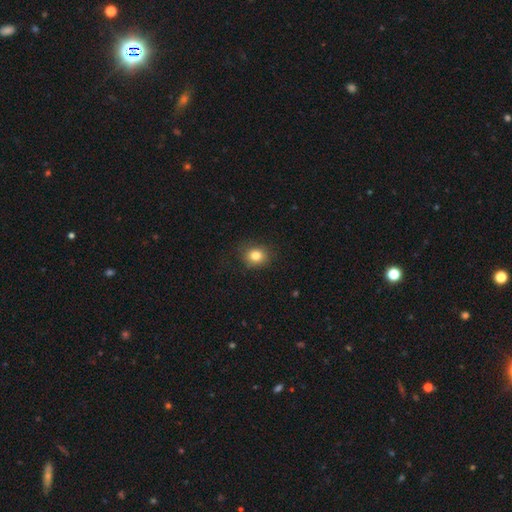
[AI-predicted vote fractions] Smooth or featured? smooth (81%)
How rounded? round (70%)
Merging? none (83%)